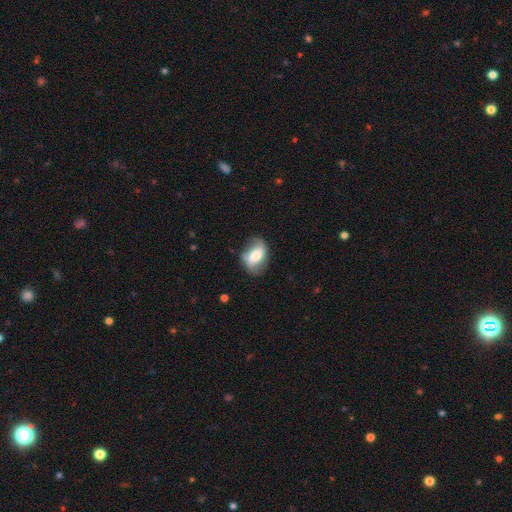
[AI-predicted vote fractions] smooth-or-featured: featured or disk: 49% | smooth: 44% | star or artifact: 7%
  merging: none: 64% | minor disturbance: 24% | major disturbance: 10% | merger: 2%